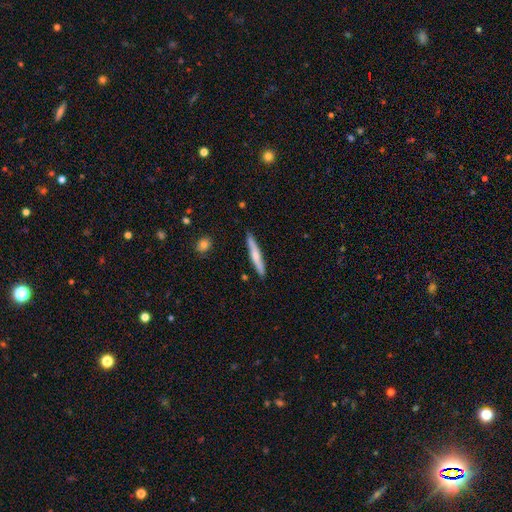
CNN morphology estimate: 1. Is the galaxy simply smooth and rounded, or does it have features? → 53% smooth, 42% featured or disk, 5% star or artifact.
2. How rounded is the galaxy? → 94% cigar-shaped, 4% in between, 1% round.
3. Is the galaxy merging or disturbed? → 88% none, 9% minor disturbance, 2% major disturbance, 1% merger.